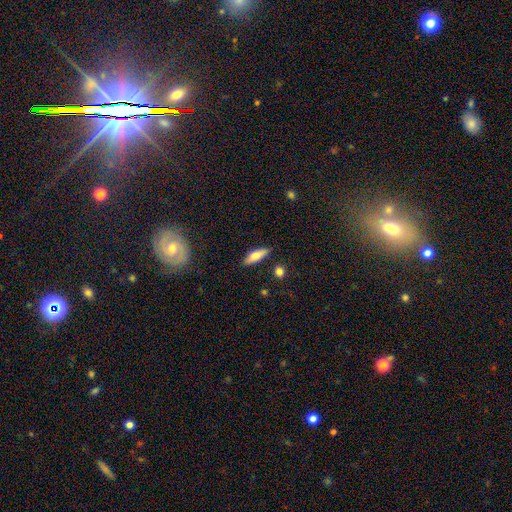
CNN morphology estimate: This appears to be a smooth galaxy with no disk features (64%) that is in between round and cigar-shaped (52%). Merging: none (85%).